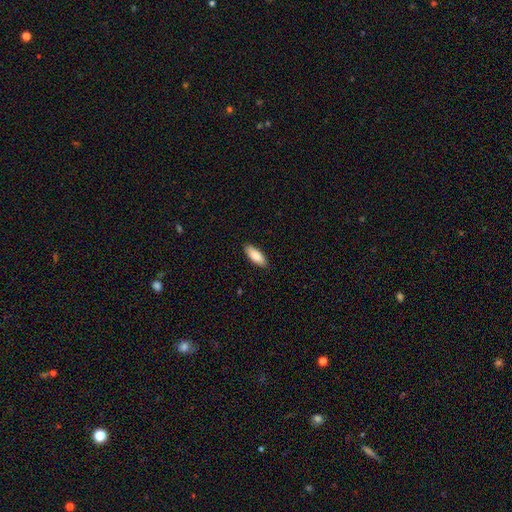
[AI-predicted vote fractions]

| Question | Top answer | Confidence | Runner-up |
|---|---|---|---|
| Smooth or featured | smooth | 87% | featured or disk (8%) |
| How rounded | in between | 70% | cigar-shaped (28%) |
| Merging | none | 89% | minor disturbance (9%) |